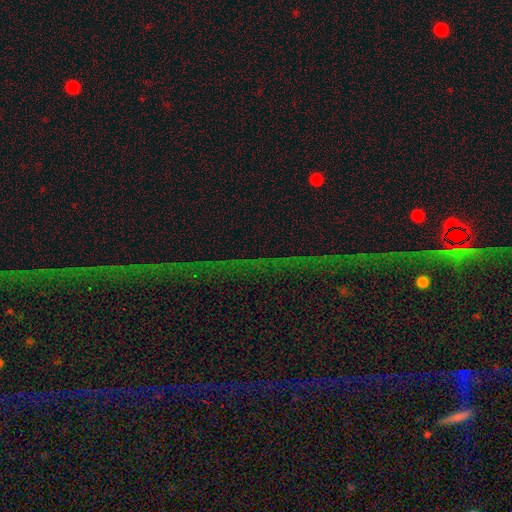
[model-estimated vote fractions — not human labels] A star or artifact, not a galaxy (73%).